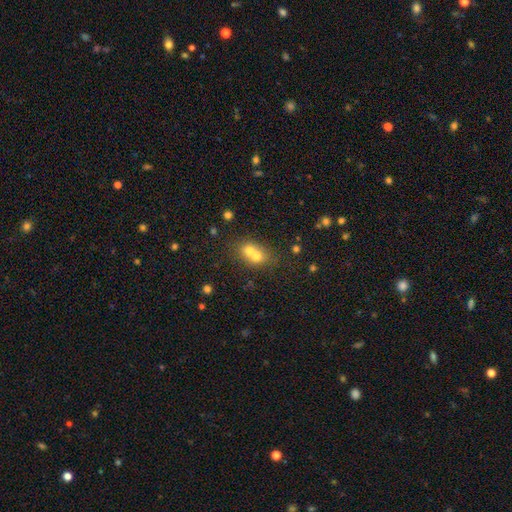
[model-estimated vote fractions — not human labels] Overall: smooth (65%). How rounded: round (60%; in between 38%). Merging: merger (67%).